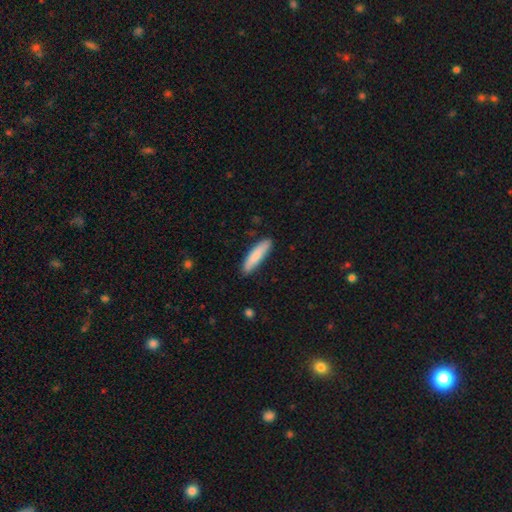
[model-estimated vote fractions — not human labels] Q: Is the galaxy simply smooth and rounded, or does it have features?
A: smooth — 84%.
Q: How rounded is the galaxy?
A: cigar-shaped — 78%.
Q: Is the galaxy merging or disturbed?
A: none — 87%.